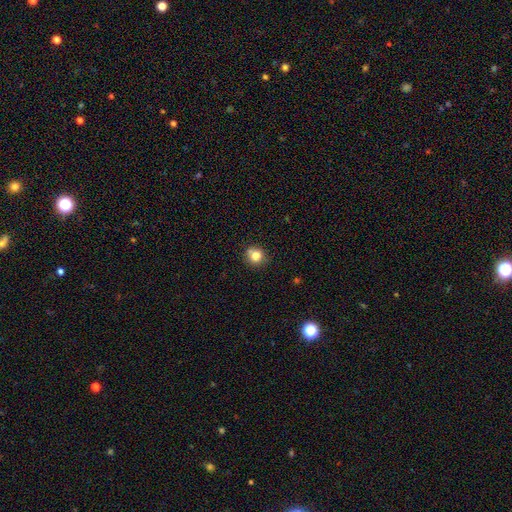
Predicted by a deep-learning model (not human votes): Smooth or featured? smooth (79%)
How rounded? round (86%)
Merging? none (78%)